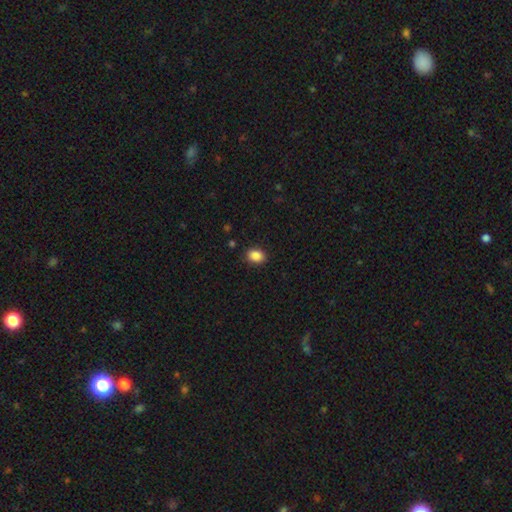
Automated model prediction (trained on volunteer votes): Smooth or featured: smooth — 88% (star or artifact — 9%)
How rounded: in between — 68% (round — 31%)
Merging: none — 88% (minor disturbance — 8%)